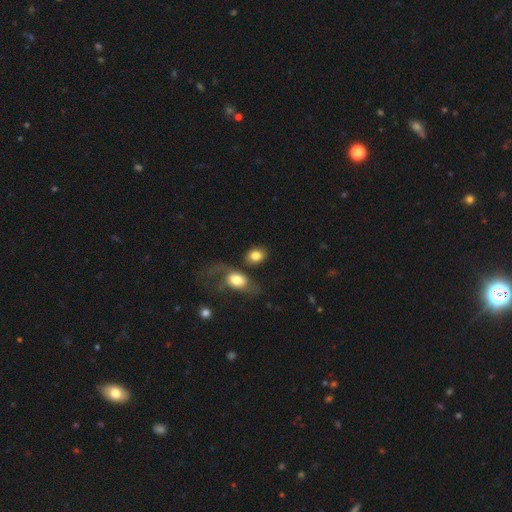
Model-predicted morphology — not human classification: smooth 80%, featured or disk 11%, star or artifact 8%. Down the decision tree: how rounded — in between (54%); merging — none (60%).